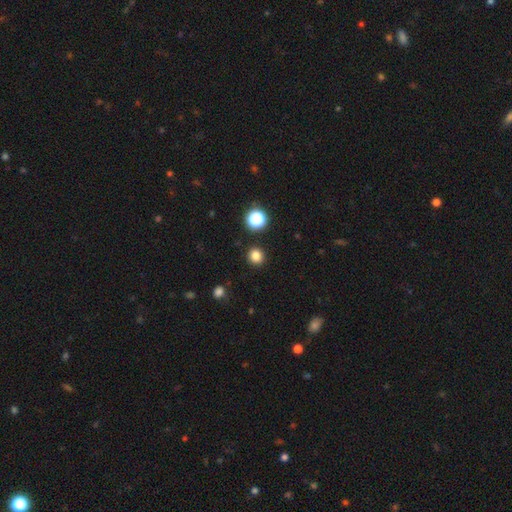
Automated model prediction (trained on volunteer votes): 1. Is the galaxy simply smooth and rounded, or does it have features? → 82% smooth, 14% star or artifact, 4% featured or disk.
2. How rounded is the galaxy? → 91% round, 8% in between, 1% cigar-shaped.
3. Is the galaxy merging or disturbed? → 91% none, 5% minor disturbance, 2% major disturbance, 2% merger.